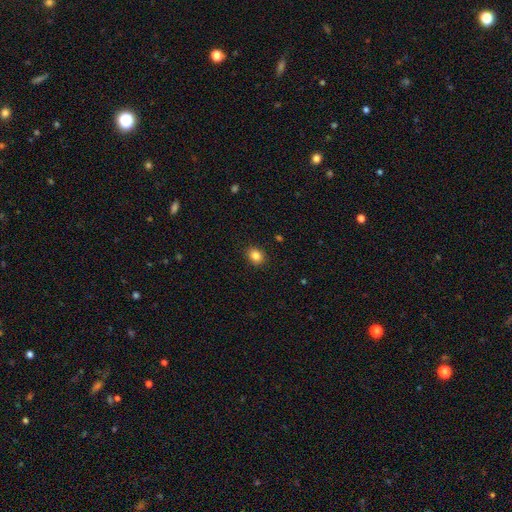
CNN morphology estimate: Smooth or featured? smooth (84%)
How rounded? round (58%)
Merging? none (90%)